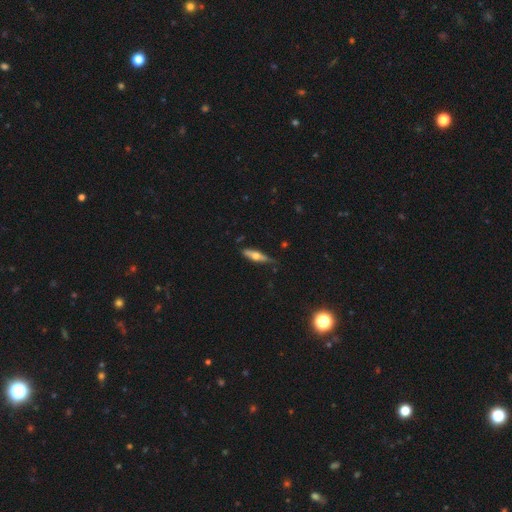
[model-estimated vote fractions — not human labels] smooth-or-featured: featured or disk: 50% | smooth: 44% | star or artifact: 6%
  merging: none: 73% | minor disturbance: 21% | major disturbance: 4% | merger: 2%